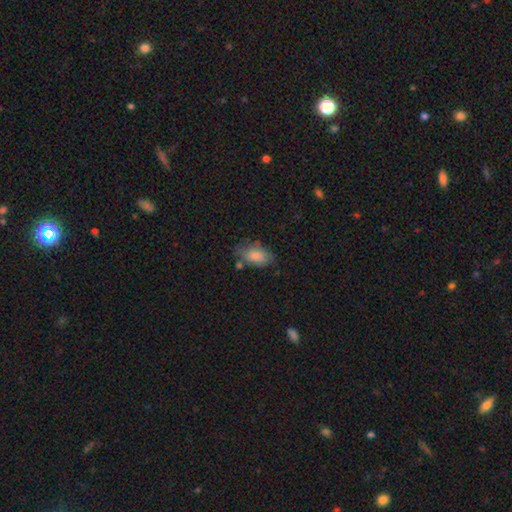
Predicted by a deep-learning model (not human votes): Smooth or featured? smooth (80%)
How rounded? in between (91%)
Merging? none (57%)